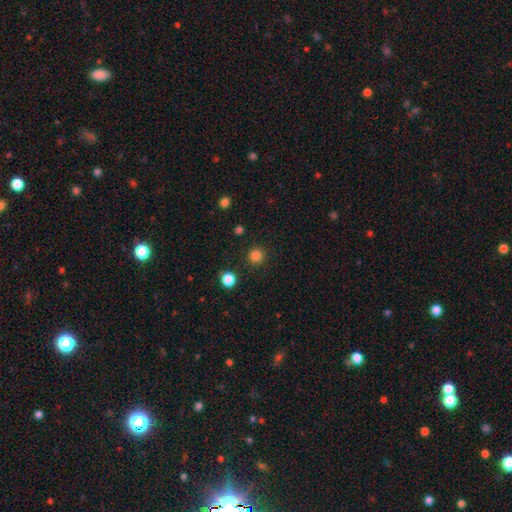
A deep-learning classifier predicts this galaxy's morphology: type=smooth (83%); roundness=round (95%); merging=none (91%).